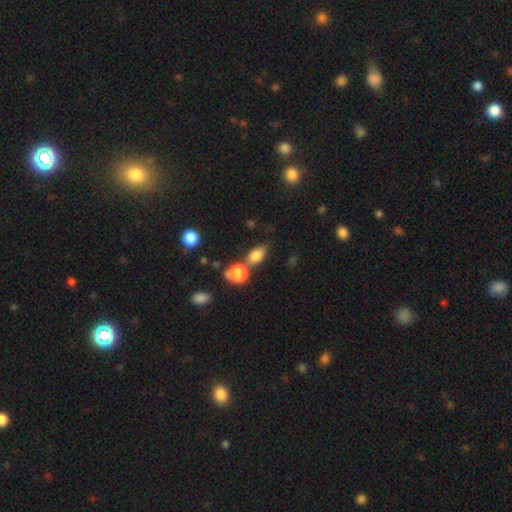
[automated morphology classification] smooth_or_featured: smooth (p=0.79) [alt: star or artifact p=0.11]
how_rounded: in between (p=0.75) [alt: round p=0.21]
merging: none (p=0.48) [alt: merger p=0.34]